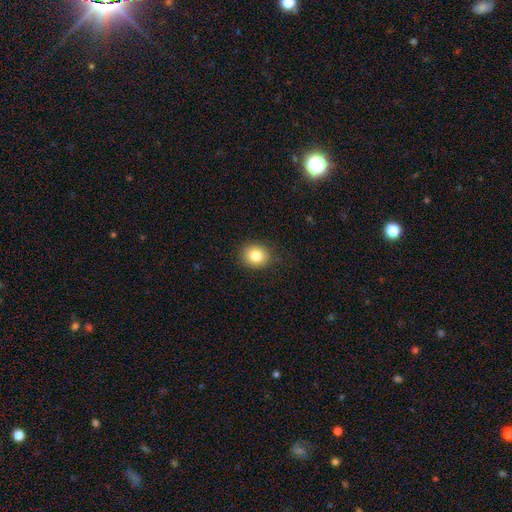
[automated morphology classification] smooth-or-featured: smooth: 82% | star or artifact: 10% | featured or disk: 8%
  how-rounded: round: 68% | in between: 31% | cigar-shaped: 1%
  merging: none: 87% | minor disturbance: 10% | major disturbance: 3% | merger: 1%